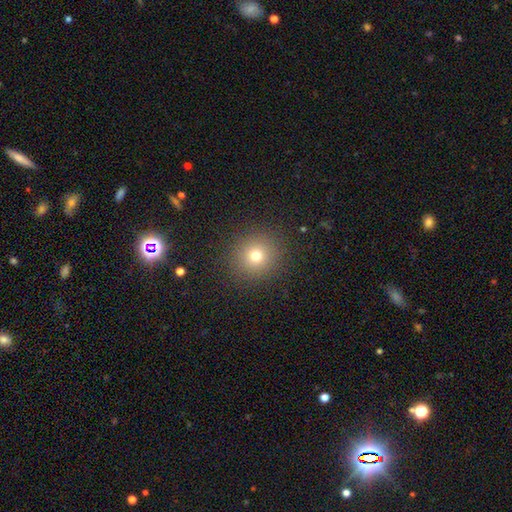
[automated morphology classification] Smooth or featured: smooth — 73% (star or artifact — 17%)
How rounded: round — 90% (in between — 9%)
Merging: none — 89% (minor disturbance — 7%)